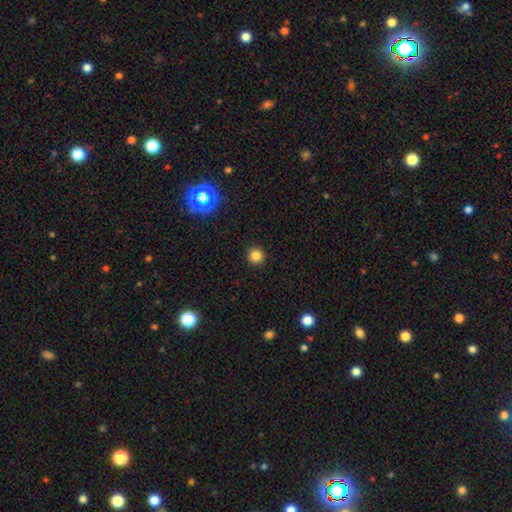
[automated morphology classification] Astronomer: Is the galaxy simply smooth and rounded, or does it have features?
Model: smooth — 82%.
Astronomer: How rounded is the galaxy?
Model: round — 95%.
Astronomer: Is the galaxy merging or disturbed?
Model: none — 93%.